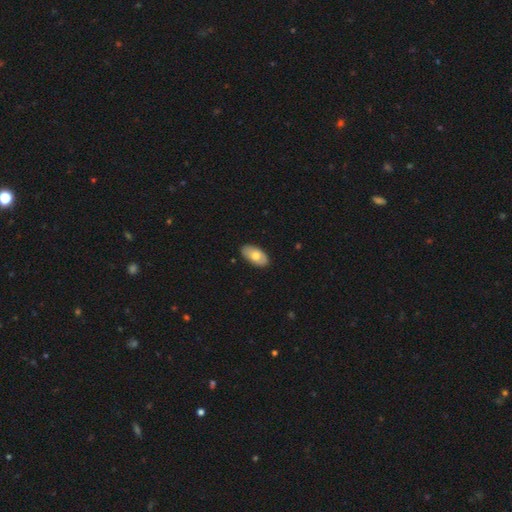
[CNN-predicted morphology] smooth 71%, featured or disk 23%, star or artifact 6%. Down the decision tree: how rounded — in between (94%); merging — none (88%).